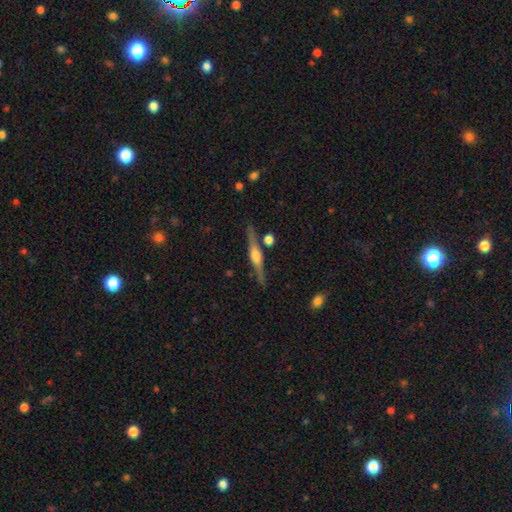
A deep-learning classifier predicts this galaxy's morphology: featured or disk 77%, smooth 17%, star or artifact 6%. Down the decision tree: edge-on disk — yes (98%); edge-on bulge — rounded (87%); merging — none (85%).